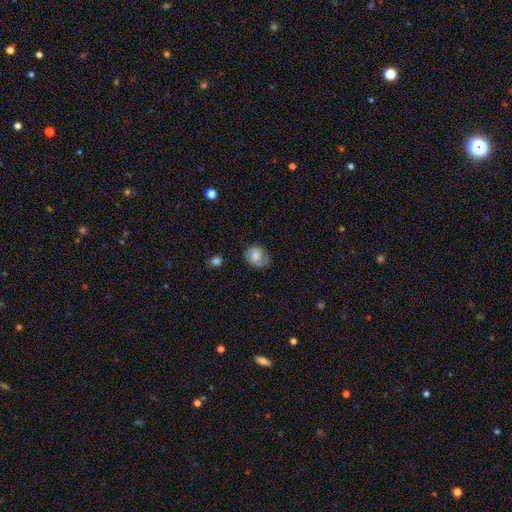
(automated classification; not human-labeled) This appears to be a smooth galaxy with no disk features (66%) that is round (59%). Merging: none (52%).